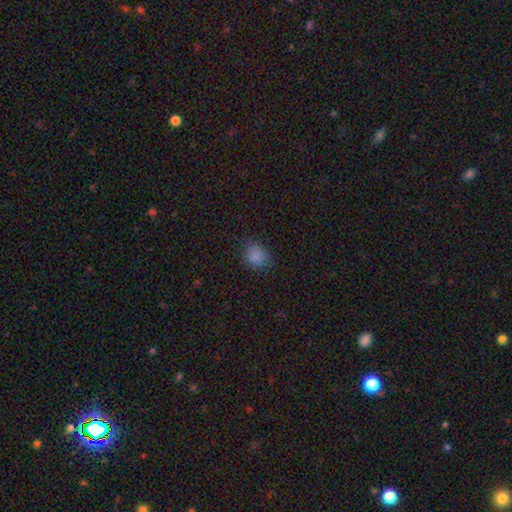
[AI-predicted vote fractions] Smooth or featured? Predicted: smooth (p=0.83). How rounded? Predicted: round (p=0.63). Merging? Predicted: none (p=0.78).